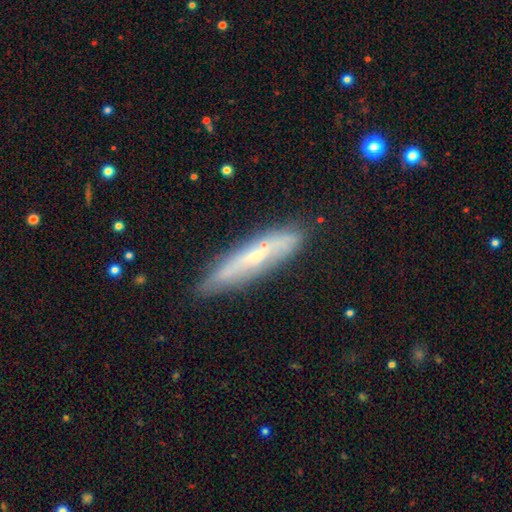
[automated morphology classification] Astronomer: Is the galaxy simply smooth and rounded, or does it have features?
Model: featured or disk — 55% (runner-up: smooth, 37%).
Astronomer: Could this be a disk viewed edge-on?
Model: yes — 72%.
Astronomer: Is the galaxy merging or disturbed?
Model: none — 76%.